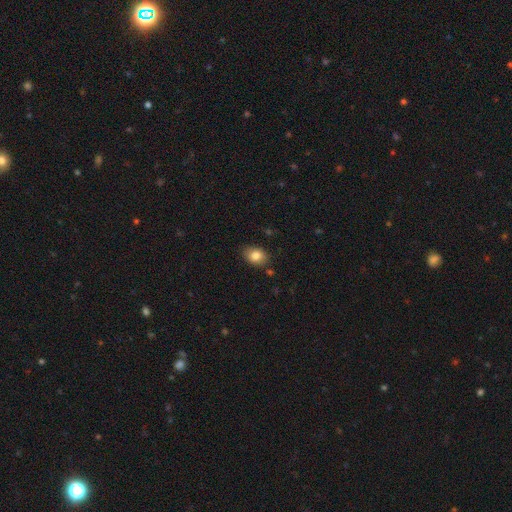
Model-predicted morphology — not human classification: smooth-or-featured: smooth: 83% | star or artifact: 9% | featured or disk: 9%
  how-rounded: in between: 72% | round: 27% | cigar-shaped: 1%
  merging: none: 81% | minor disturbance: 14% | major disturbance: 3% | merger: 2%